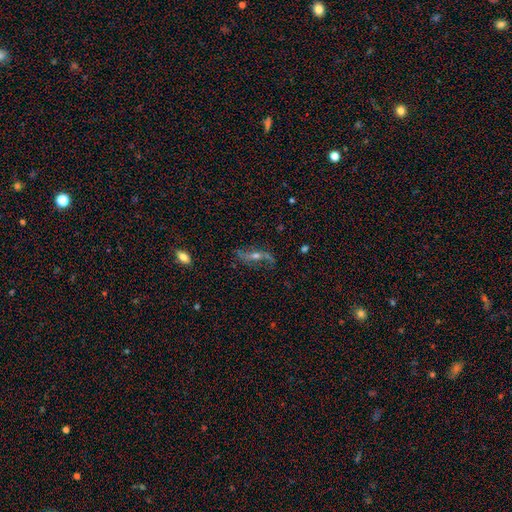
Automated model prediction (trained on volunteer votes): A featured or disk galaxy (75%) with no bar (44%), 2 (88%) loose (84%) spiral arms (87%) and a moderate central bulge (53%). Merging: none (68%).